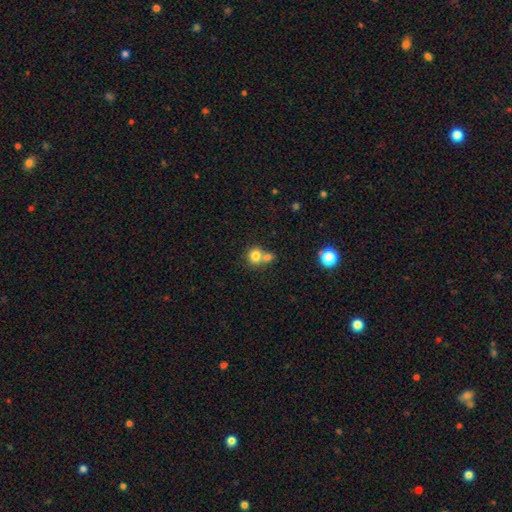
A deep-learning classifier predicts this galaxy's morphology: smooth-or-featured: smooth: 80% | star or artifact: 11% | featured or disk: 10%
  how-rounded: round: 81% | in between: 18% | cigar-shaped: 1%
  merging: merger: 50% | none: 41% | minor disturbance: 7% | major disturbance: 3%